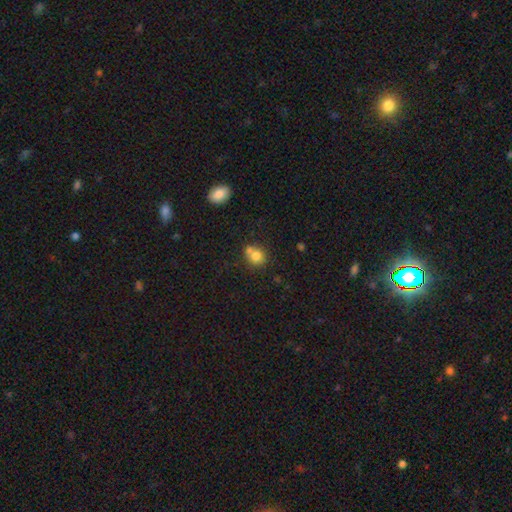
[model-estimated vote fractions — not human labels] smooth_or_featured: smooth (p=0.78) [alt: featured or disk p=0.12]
how_rounded: round (p=0.80) [alt: in between p=0.19]
merging: none (p=0.48) [alt: merger p=0.38]